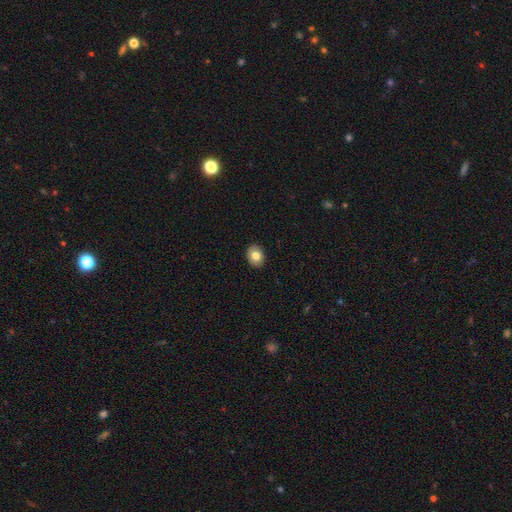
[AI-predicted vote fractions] Morphology: type=smooth (78%); roundness=in between (60%); merging=none (90%).